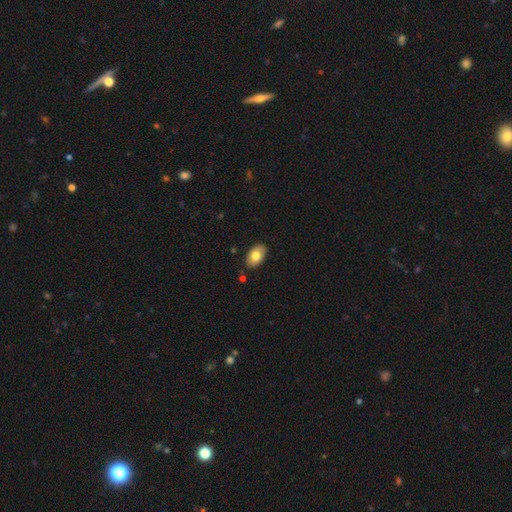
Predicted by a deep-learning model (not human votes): smooth-or-featured: smooth: 78% | featured or disk: 15% | star or artifact: 7%
  how-rounded: in between: 91% | round: 7% | cigar-shaped: 1%
  merging: none: 85% | minor disturbance: 10% | merger: 2% | major disturbance: 2%